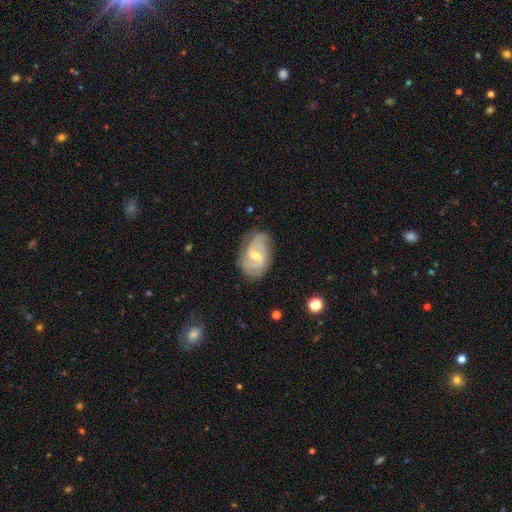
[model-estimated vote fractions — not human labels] Q: Smooth or featured?
A: featured or disk (78%); runner-up: smooth (15%)
Q: Edge-on disk?
A: no (96%); runner-up: yes (4%)
Q: Bar?
A: weak (55%); runner-up: no (29%)
Q: Spiral arms?
A: yes (92%); runner-up: no (8%)
Q: Spiral winding?
A: medium (44%); runner-up: tight (33%)
Q: Spiral arm count?
A: 2 (58%); runner-up: can't tell (20%)
Q: Bulge size?
A: moderate (51%); runner-up: small (46%)
Q: Merging?
A: none (72%); runner-up: minor disturbance (20%)